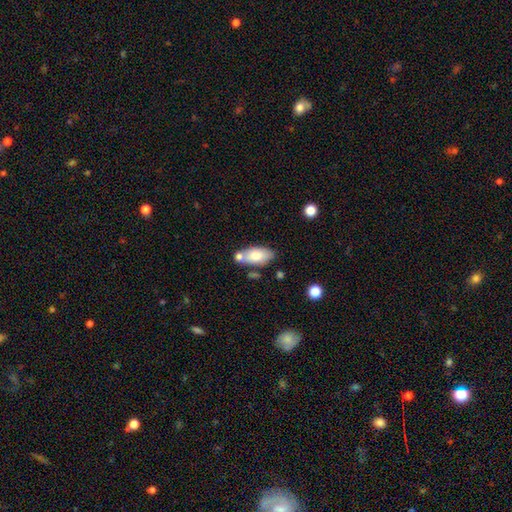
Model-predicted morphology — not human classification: smooth-or-featured: smooth: 76% | featured or disk: 18% | star or artifact: 7%
  how-rounded: in between: 90% | cigar-shaped: 7% | round: 3%
  merging: none: 59% | merger: 21% | minor disturbance: 16% | major disturbance: 4%